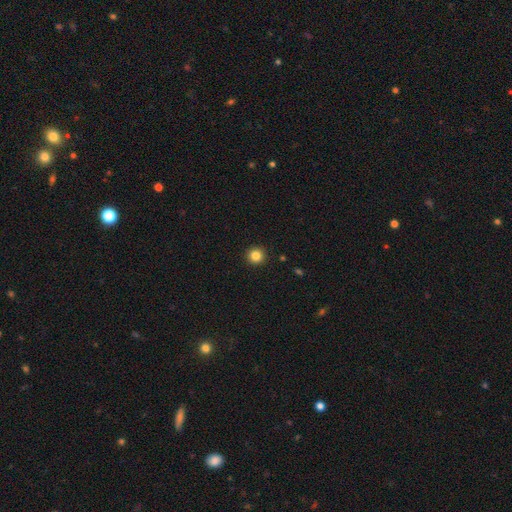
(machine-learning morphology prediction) A smooth galaxy with no disk features (84%) that is round (95%).

Vote fractions:
- Smooth or featured? smooth: 84% / star or artifact: 11% / featured or disk: 4%
- How rounded? round: 95% / in between: 4% / cigar-shaped: 1%
- Merging? none: 93% / minor disturbance: 4% / major disturbance: 2% / merger: 1%